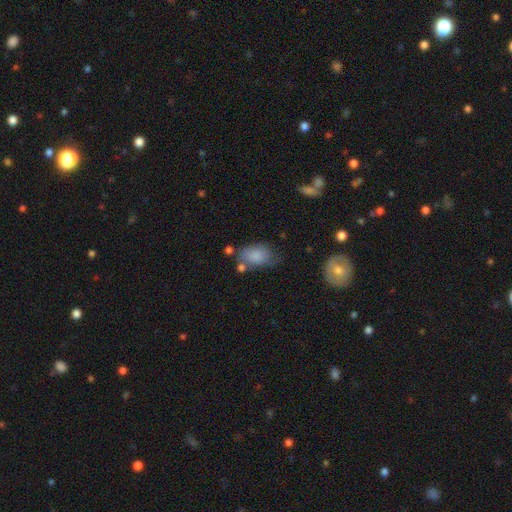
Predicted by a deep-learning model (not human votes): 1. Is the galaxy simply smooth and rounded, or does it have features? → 82% smooth, 10% featured or disk, 8% star or artifact.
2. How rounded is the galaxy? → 89% in between, 9% round, 2% cigar-shaped.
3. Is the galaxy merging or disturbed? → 46% none, 30% minor disturbance, 12% major disturbance, 12% merger.